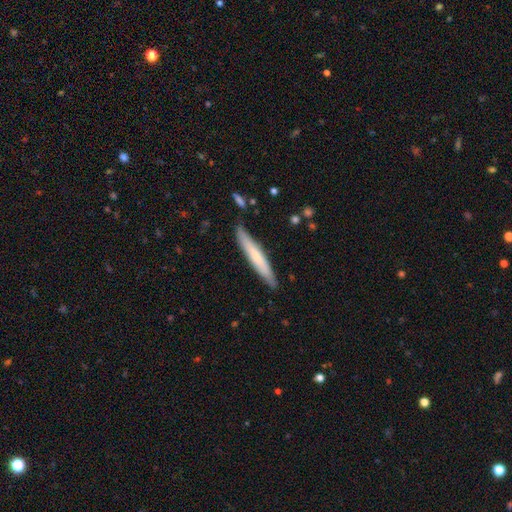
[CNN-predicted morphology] Smooth or featured: smooth — 61% (featured or disk — 33%)
How rounded: cigar-shaped — 94% (in between — 5%)
Merging: none — 85% (minor disturbance — 11%)